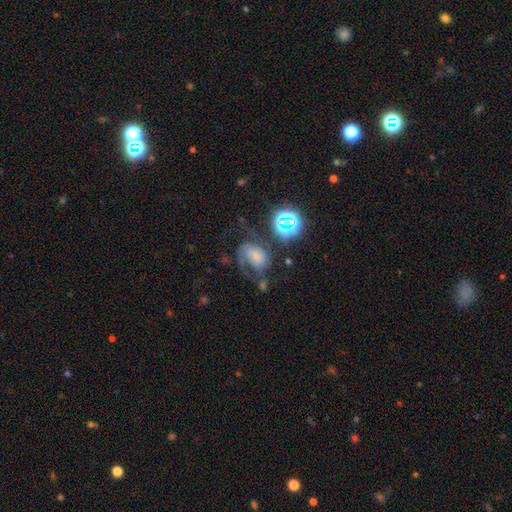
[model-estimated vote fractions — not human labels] Smooth or featured? featured or disk (59%)
Edge-on disk? no (97%)
Bar? no (55%)
Spiral arms? yes (89%)
Spiral winding? medium (44%)
Spiral arm count? 2 (52%)
Bulge size? small (34%)
Merging? major disturbance (38%)